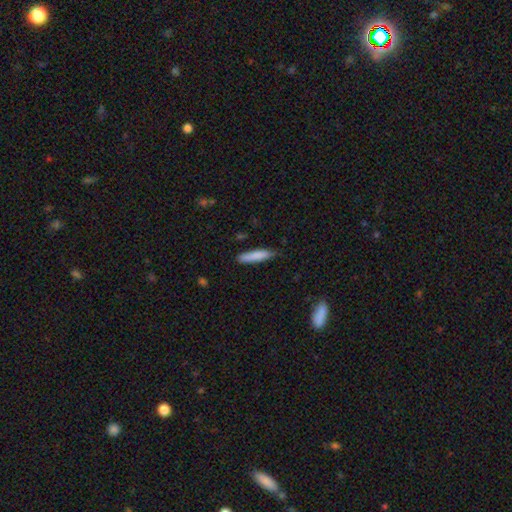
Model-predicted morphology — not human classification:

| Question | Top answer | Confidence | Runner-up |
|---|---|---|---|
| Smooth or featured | smooth | 82% | featured or disk (12%) |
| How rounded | cigar-shaped | 84% | in between (15%) |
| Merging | none | 75% | minor disturbance (21%) |